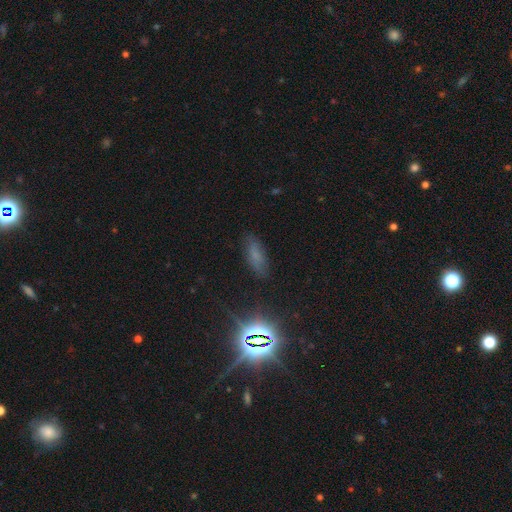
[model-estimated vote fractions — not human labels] The model was most divided on "smooth or featured": smooth: 55%, star or artifact: 30%, featured or disk: 15%. More confident: merging — none (75%); how rounded — in between (65%).